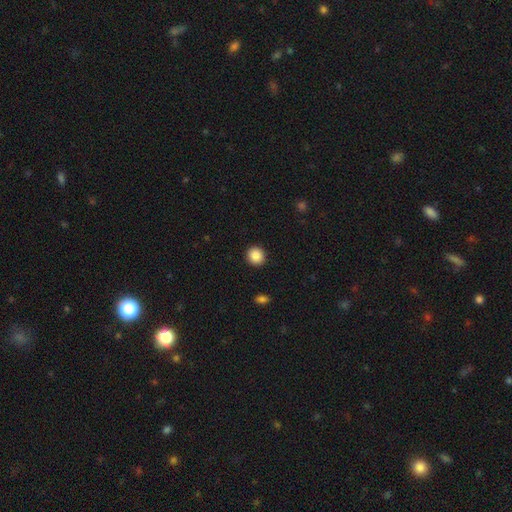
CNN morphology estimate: Smooth or featured? Predicted: smooth (p=0.88). How rounded? Predicted: round (p=0.90). Merging? Predicted: none (p=0.92).